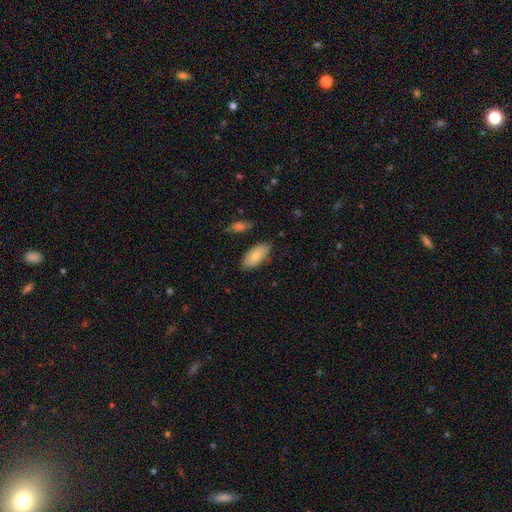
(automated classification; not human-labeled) Overall: smooth (80%). How rounded: in between (92%). Merging: none (80%).